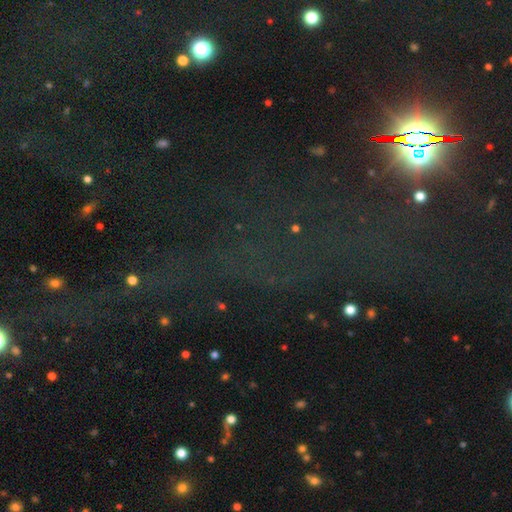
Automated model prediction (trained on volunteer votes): Smooth or featured? Predicted: star or artifact (p=0.75).